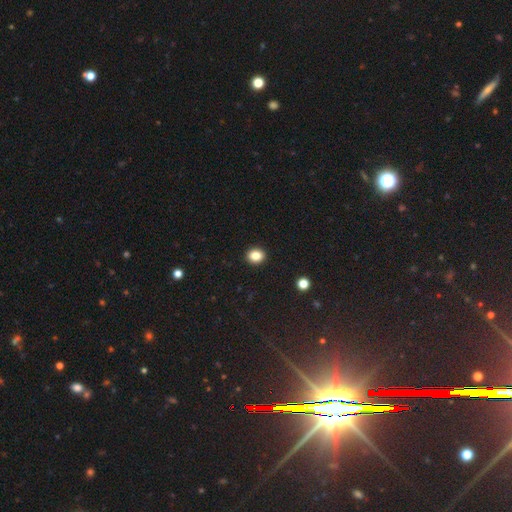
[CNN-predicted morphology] Smooth or featured?
  - smooth: 85% *
  - star or artifact: 10%
  - featured or disk: 5%
How rounded?
  - round: 62% *
  - in between: 37%
  - cigar-shaped: 1%
Merging?
  - none: 92% *
  - minor disturbance: 5%
  - major disturbance: 2%
  - merger: 1%